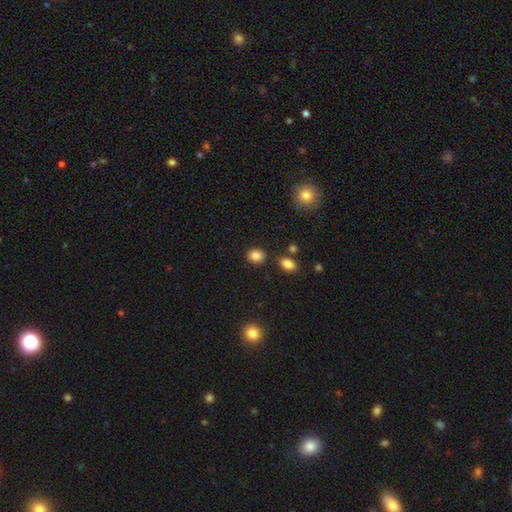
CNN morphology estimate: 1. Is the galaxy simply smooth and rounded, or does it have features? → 86% smooth, 10% star or artifact, 4% featured or disk.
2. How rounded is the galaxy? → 64% round, 35% in between, 1% cigar-shaped.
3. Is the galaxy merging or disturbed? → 84% none, 9% minor disturbance, 4% merger, 3% major disturbance.